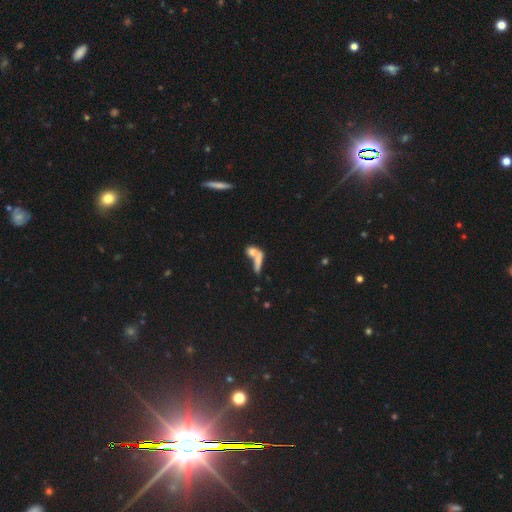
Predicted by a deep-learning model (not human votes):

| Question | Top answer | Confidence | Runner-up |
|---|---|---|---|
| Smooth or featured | smooth | 63% | featured or disk (24%) |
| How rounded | in between | 46% | cigar-shaped (37%) |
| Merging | merger | 54% | none (30%) |